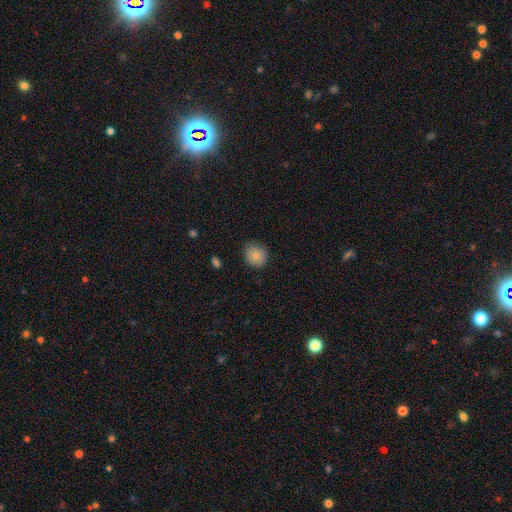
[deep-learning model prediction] smooth-or-featured: smooth: 79% | star or artifact: 10% | featured or disk: 10%
  how-rounded: round: 90% | in between: 9% | cigar-shaped: 1%
  merging: none: 81% | minor disturbance: 15% | major disturbance: 3% | merger: 1%